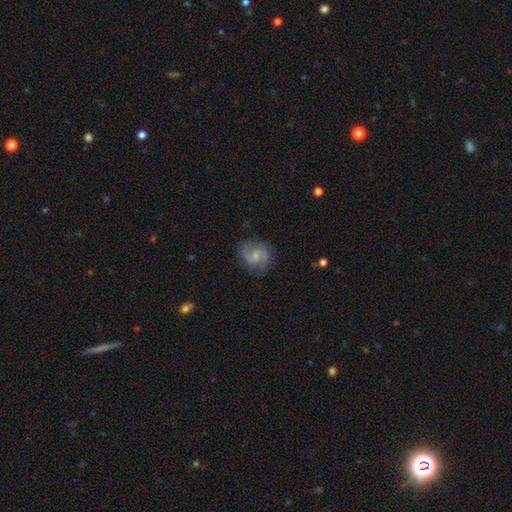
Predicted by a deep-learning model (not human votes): Overall: featured or disk (75%). Edge-on disk: no (98%). Bar: no (47%; weak 46%). Spiral arms: yes (95%). Spiral arm count: 2 (90%). Spiral winding: medium (54%; loose 27%). Bulge size: small (49%; moderate 30%). Merging: none (78%).